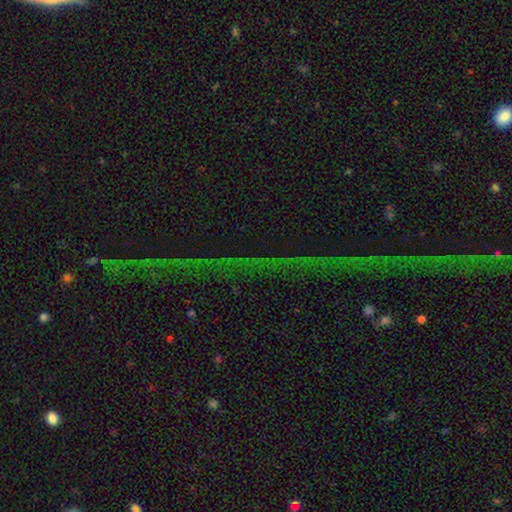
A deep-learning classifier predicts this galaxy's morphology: This is likely a star or artifact rather than a galaxy (75%).